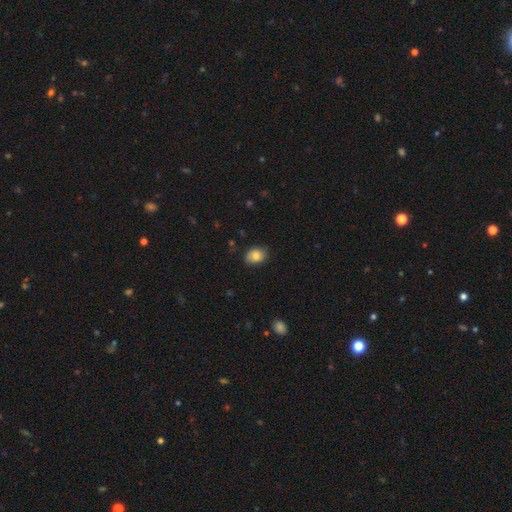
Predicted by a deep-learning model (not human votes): Q: Smooth or featured?
A: smooth (80%); runner-up: featured or disk (12%)
Q: How rounded?
A: in between (67%); runner-up: round (32%)
Q: Merging?
A: none (81%); runner-up: minor disturbance (15%)